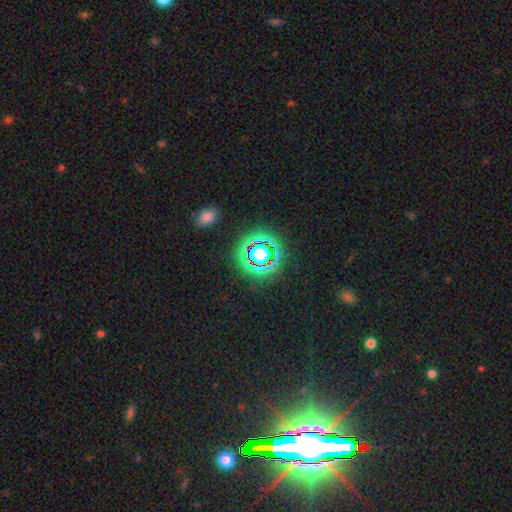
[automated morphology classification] Smooth or featured? Predicted: star or artifact (p=0.74).